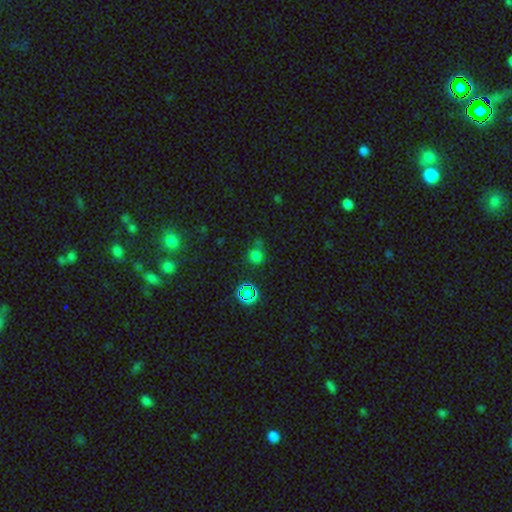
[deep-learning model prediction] Morphology: type=smooth (62%); roundness=round (83%); merging=none (66%).